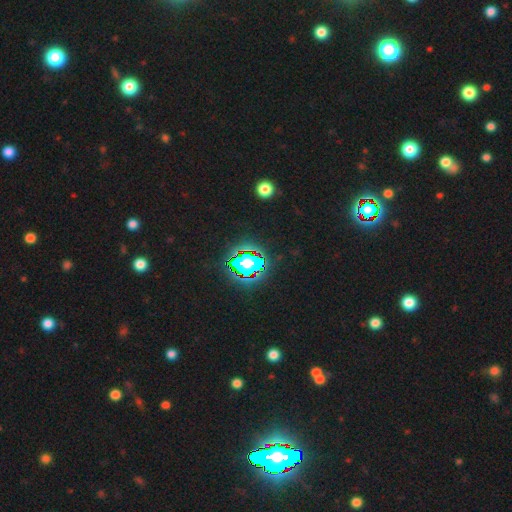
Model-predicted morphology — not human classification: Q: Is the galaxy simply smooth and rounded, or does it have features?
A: star or artifact — 81%.